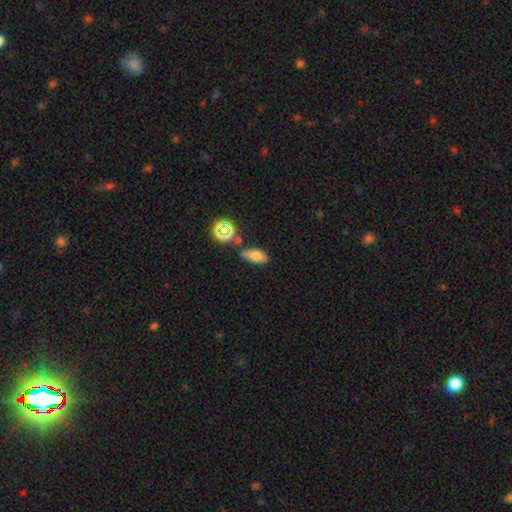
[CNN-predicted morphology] Q: Smooth or featured?
A: smooth (73%); runner-up: star or artifact (16%)
Q: How rounded?
A: in between (84%); runner-up: cigar-shaped (10%)
Q: Merging?
A: none (60%); runner-up: minor disturbance (23%)